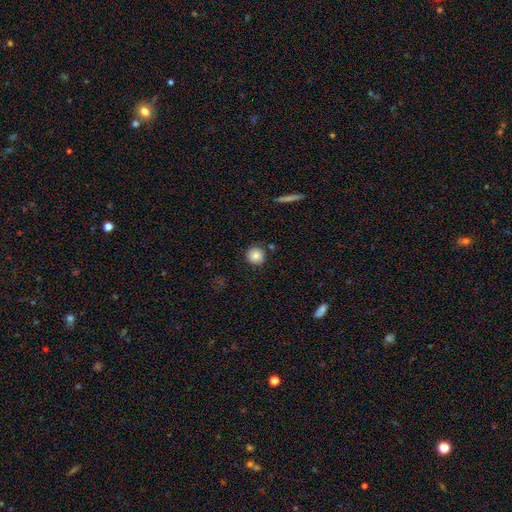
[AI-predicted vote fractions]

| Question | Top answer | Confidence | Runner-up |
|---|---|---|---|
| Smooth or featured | smooth | 84% | star or artifact (9%) |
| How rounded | round | 93% | in between (6%) |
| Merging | none | 84% | minor disturbance (10%) |